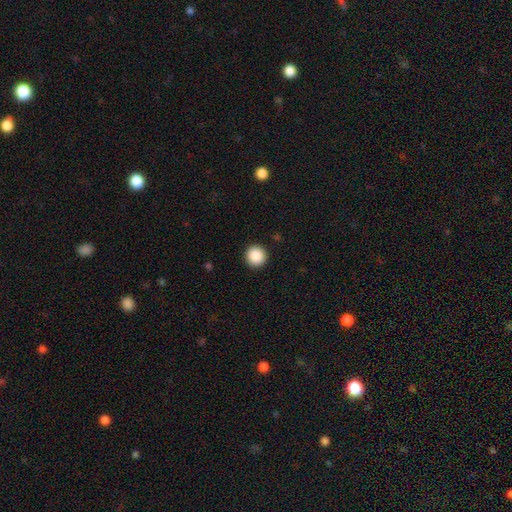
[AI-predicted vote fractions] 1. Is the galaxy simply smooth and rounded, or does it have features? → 88% smooth, 9% star or artifact, 3% featured or disk.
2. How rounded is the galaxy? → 95% round, 4% in between, 1% cigar-shaped.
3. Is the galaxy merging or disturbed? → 93% none, 5% minor disturbance, 2% major disturbance, 1% merger.